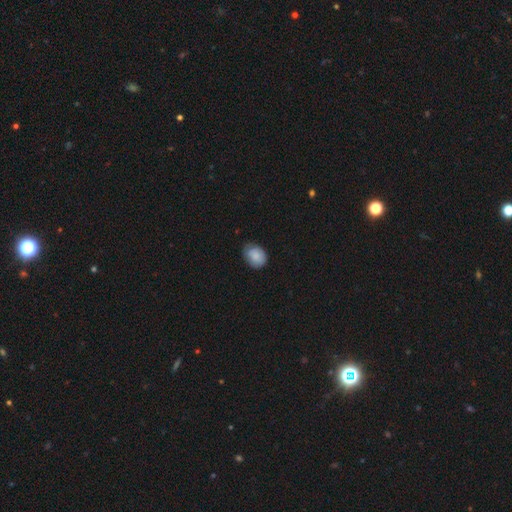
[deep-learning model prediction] The model was most divided on "how rounded": in between: 62%, round: 37%, cigar-shaped: 1%. More confident: smooth or featured — smooth (84%); merging — none (65%).